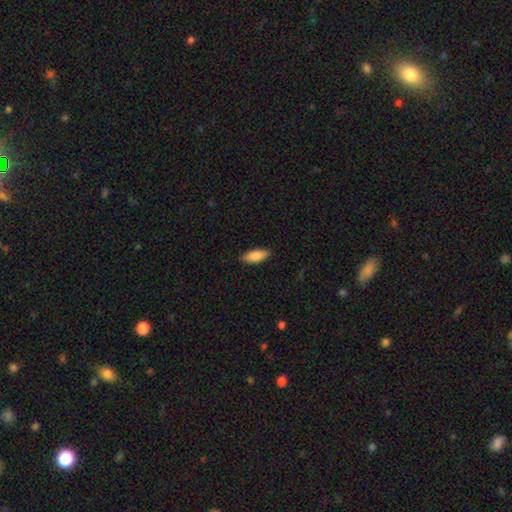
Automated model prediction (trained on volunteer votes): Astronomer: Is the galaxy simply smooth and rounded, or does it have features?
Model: smooth — 88%.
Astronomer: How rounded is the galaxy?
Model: in between — 76%.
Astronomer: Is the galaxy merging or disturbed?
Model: none — 88%.